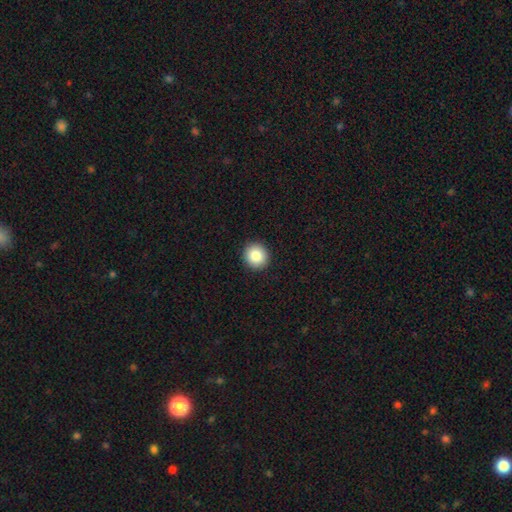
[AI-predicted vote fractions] Morphology: type=smooth (85%); roundness=round (93%); merging=none (93%).